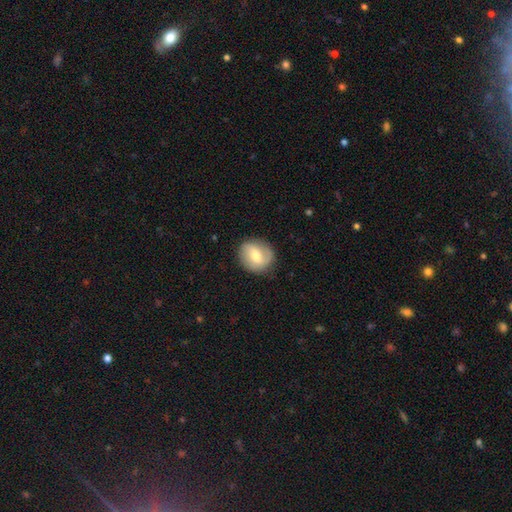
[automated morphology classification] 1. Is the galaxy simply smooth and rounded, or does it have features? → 48% featured or disk, 45% smooth, 7% star or artifact.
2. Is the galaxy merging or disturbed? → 84% none, 11% minor disturbance, 4% major disturbance, 1% merger.